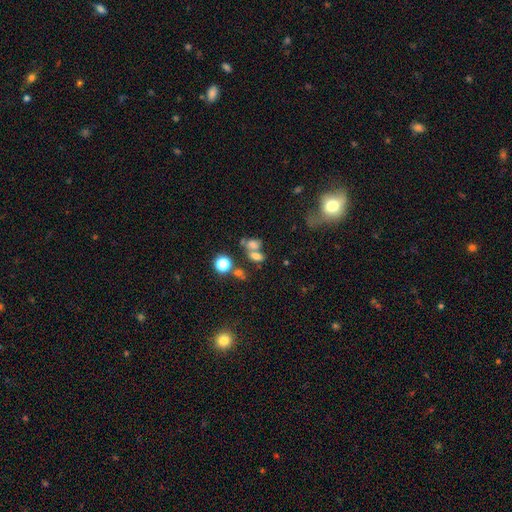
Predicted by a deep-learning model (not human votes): Q: Smooth or featured?
A: smooth (67%); runner-up: star or artifact (20%)
Q: How rounded?
A: in between (73%); runner-up: round (22%)
Q: Merging?
A: merger (46%); runner-up: none (36%)